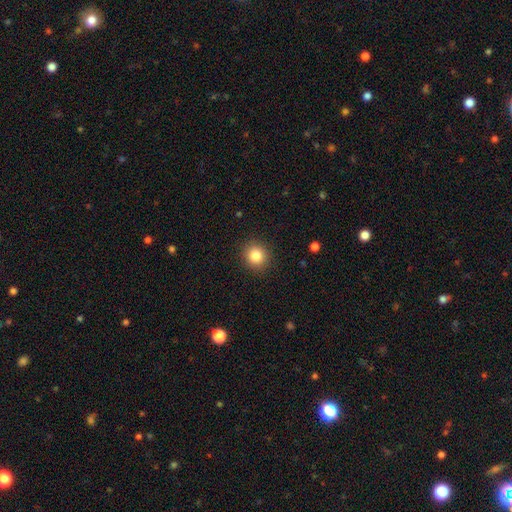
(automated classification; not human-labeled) smooth 84%, star or artifact 11%, featured or disk 6%. Down the decision tree: how rounded — round (89%); merging — none (91%).